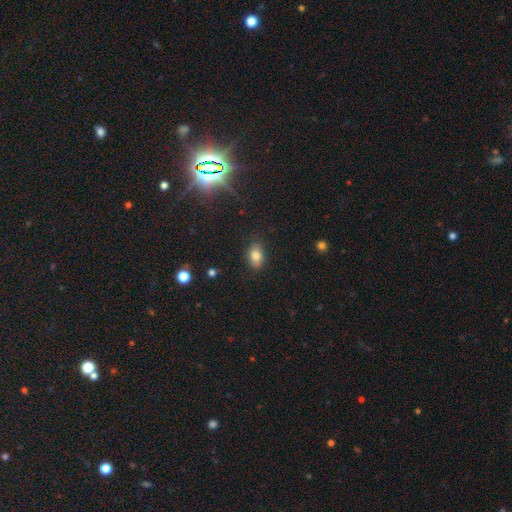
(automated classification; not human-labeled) The model was most divided on "smooth or featured": smooth: 79%, star or artifact: 11%, featured or disk: 10%. More confident: merging — none (84%); how rounded — in between (84%).